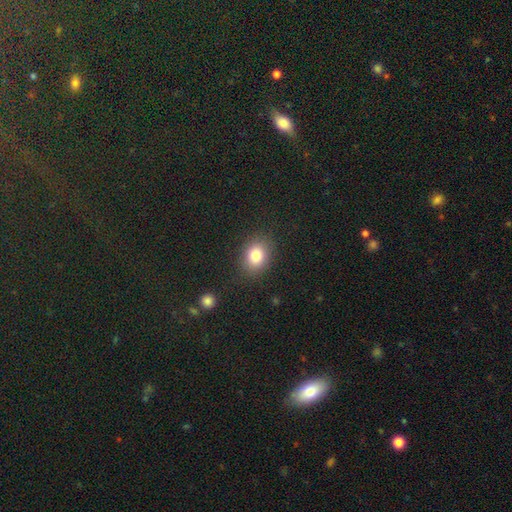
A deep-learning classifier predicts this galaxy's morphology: Overall: smooth (81%). How rounded: in between (53%; round 46%). Merging: none (85%).